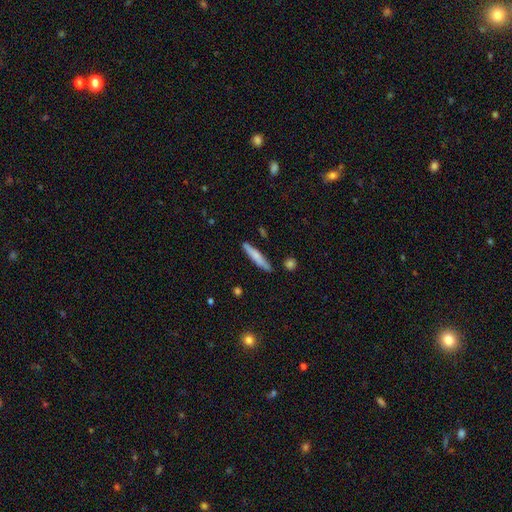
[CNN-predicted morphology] Smooth or featured?
  - smooth: 68% *
  - featured or disk: 26%
  - star or artifact: 6%
How rounded?
  - cigar-shaped: 92% *
  - in between: 7%
  - round: 2%
Merging?
  - none: 84% *
  - minor disturbance: 11%
  - merger: 3%
  - major disturbance: 2%